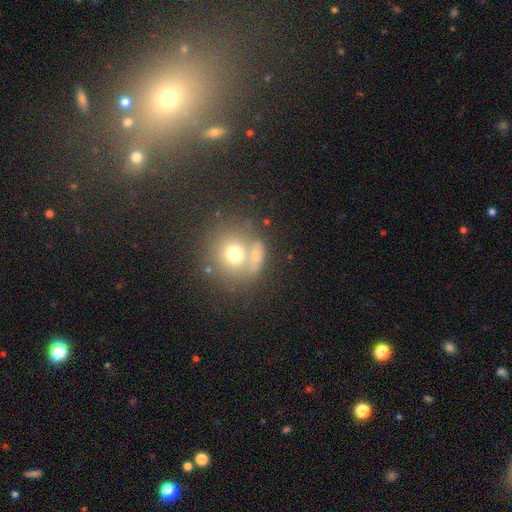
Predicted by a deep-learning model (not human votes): Smooth or featured? Predicted: smooth (p=0.67). How rounded? Predicted: round (p=0.71). Merging? Predicted: none (p=0.46).